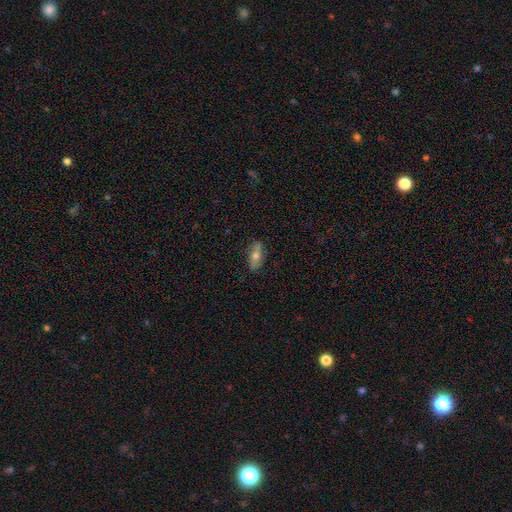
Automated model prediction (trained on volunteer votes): Smooth or featured?
  - smooth: 62% *
  - featured or disk: 31%
  - star or artifact: 7%
How rounded?
  - in between: 75% *
  - cigar-shaped: 21%
  - round: 4%
Merging?
  - none: 82% *
  - minor disturbance: 14%
  - major disturbance: 3%
  - merger: 1%